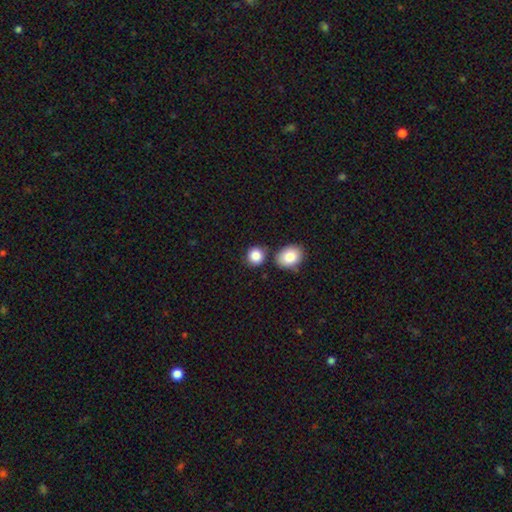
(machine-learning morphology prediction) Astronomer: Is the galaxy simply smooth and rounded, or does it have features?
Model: smooth — 86%.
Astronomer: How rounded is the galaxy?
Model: round — 79%.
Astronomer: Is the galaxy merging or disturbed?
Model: none — 73%.